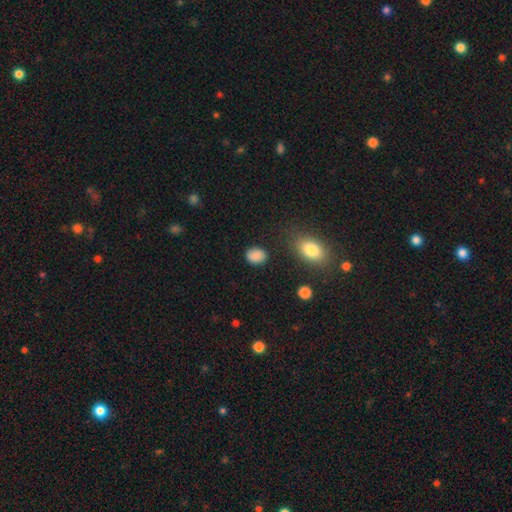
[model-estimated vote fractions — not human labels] A smooth galaxy with no disk features (87%) that is in between round and cigar-shaped (64%).

Vote fractions:
- Smooth or featured? smooth: 87% / star or artifact: 9% / featured or disk: 4%
- How rounded? in between: 64% / round: 34% / cigar-shaped: 1%
- Merging? none: 84% / minor disturbance: 11% / major disturbance: 3% / merger: 2%